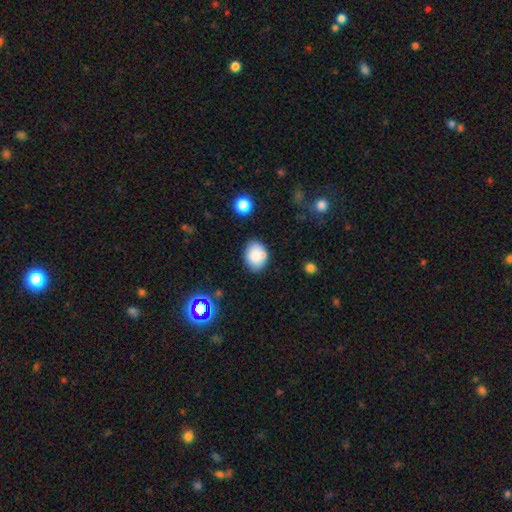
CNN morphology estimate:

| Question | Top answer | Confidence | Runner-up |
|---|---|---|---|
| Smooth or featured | smooth | 82% | star or artifact (9%) |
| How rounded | in between | 66% | round (33%) |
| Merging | none | 71% | minor disturbance (16%) |